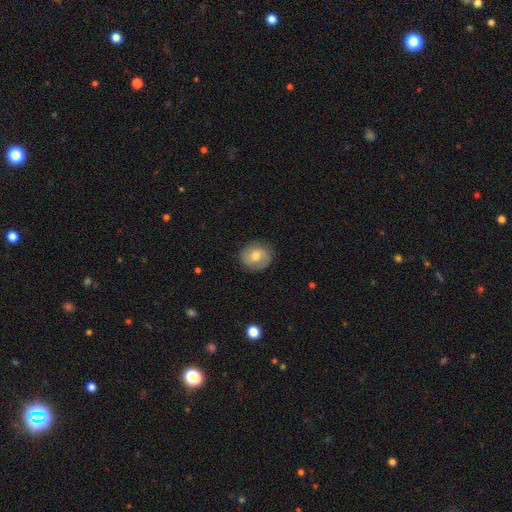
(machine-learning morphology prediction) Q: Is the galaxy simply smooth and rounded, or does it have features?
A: smooth — 56%.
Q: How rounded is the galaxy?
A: round — 68%.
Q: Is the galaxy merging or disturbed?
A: none — 83%.